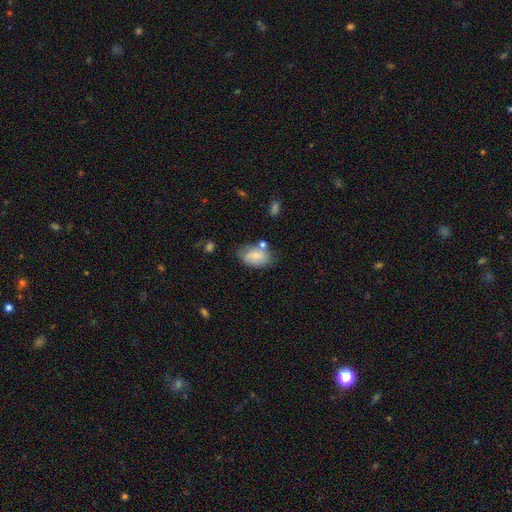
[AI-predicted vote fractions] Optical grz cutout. It shows a smooth galaxy with no disk features (68%) that is in between round and cigar-shaped (87%). Merging: none (55%).